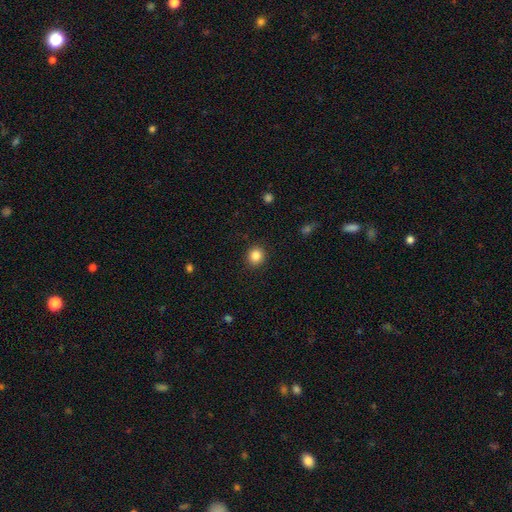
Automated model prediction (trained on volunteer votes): A smooth galaxy with no disk features (85%) that is round (89%). Merging: none (91%).